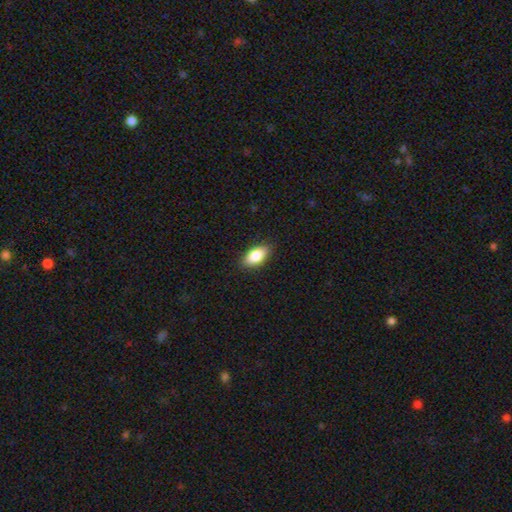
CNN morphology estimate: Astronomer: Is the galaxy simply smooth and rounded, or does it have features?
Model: smooth — 85%.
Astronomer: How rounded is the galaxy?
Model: in between — 91%.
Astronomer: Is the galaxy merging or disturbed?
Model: none — 88%.